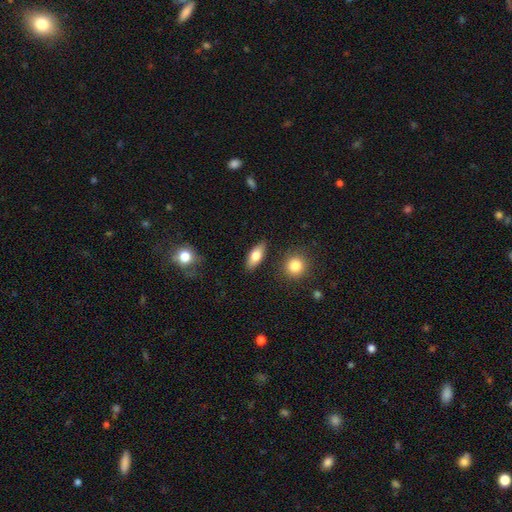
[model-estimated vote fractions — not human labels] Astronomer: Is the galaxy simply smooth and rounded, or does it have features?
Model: smooth — 76%.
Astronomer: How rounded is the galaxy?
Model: in between — 79%.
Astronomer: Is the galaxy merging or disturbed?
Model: none — 86%.